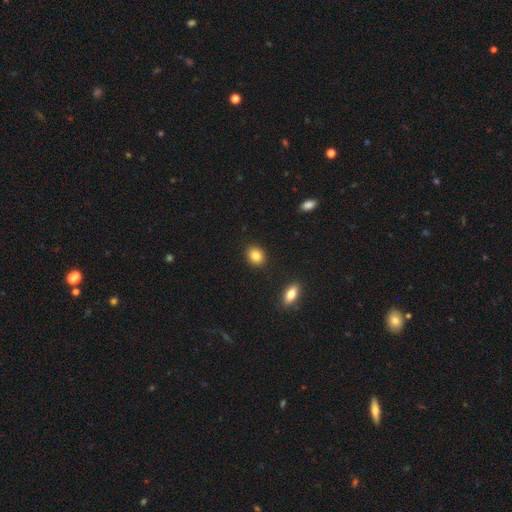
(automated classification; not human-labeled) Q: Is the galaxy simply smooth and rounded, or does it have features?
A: smooth — 86%.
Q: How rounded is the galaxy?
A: round — 51%.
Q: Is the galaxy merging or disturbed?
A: none — 89%.